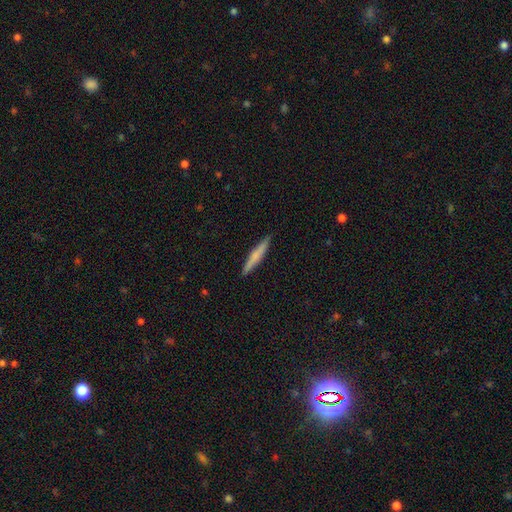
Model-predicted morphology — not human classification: This is likely a smooth galaxy (61%). How rounded: clearly cigar-shaped (94%). Merging: clearly none (91%).